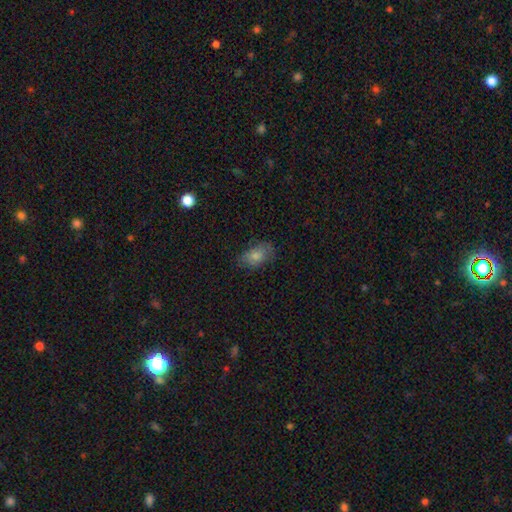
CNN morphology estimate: A smooth galaxy with no disk features (79%) that is in between round and cigar-shaped (90%). Merging: none (70%).